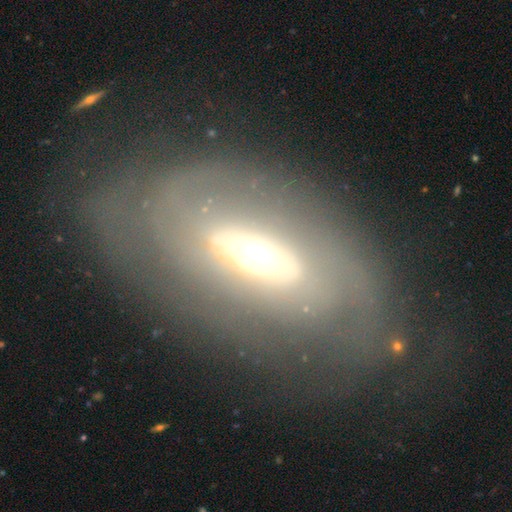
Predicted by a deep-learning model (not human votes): Smooth or featured?
  - featured or disk: 70% *
  - smooth: 22%
  - star or artifact: 8%
Edge-on disk?
  - no: 85% *
  - yes: 15%
Bar?
  - no: 48% *
  - weak: 28%
  - strong: 24%
Spiral arms?
  - no: 54% *
  - yes: 46%
Bulge size?
  - moderate: 62% *
  - small: 23%
  - large: 11%
  - dominant: 2%
  - none: 1%
Merging?
  - none: 61% *
  - minor disturbance: 18%
  - major disturbance: 18%
  - merger: 3%